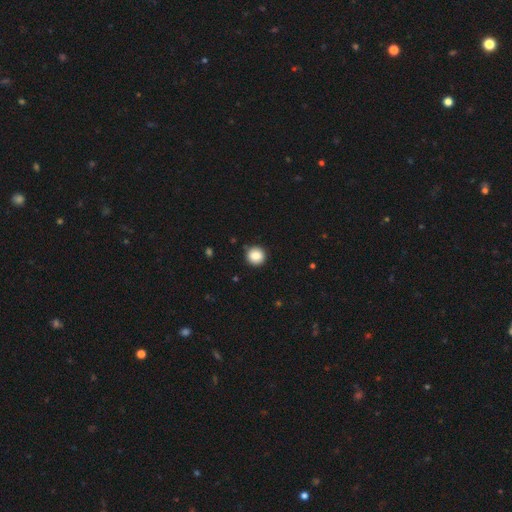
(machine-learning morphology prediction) smooth 85%, star or artifact 9%, featured or disk 6%. Down the decision tree: how rounded — round (93%); merging — none (89%).